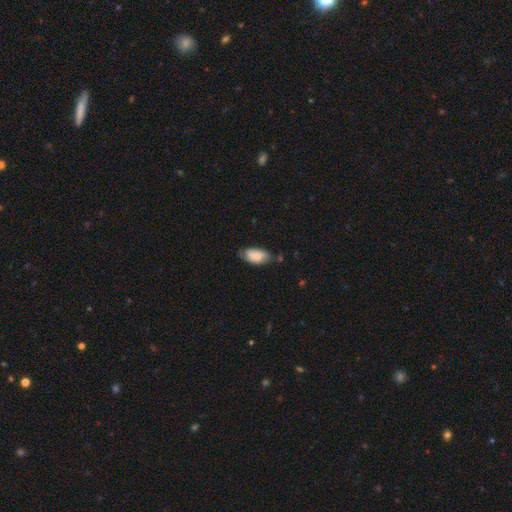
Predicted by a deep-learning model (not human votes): Smooth or featured? smooth (81%)
How rounded? in between (92%)
Merging? none (59%)